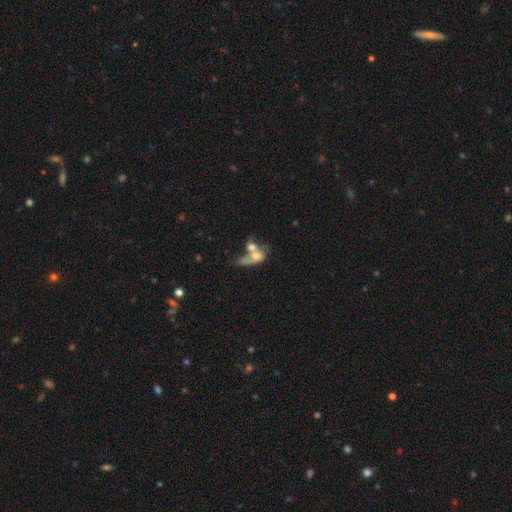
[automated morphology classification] Overall: smooth (54%; featured or disk 36%). How rounded: in between (67%). Merging: merger (67%).